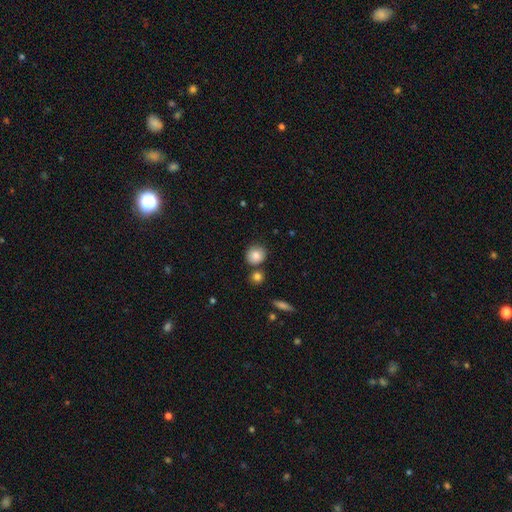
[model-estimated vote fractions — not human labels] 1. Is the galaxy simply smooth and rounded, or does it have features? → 85% smooth, 9% star or artifact, 7% featured or disk.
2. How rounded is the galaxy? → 86% round, 13% in between, 1% cigar-shaped.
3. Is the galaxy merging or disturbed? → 76% none, 11% merger, 10% minor disturbance, 3% major disturbance.